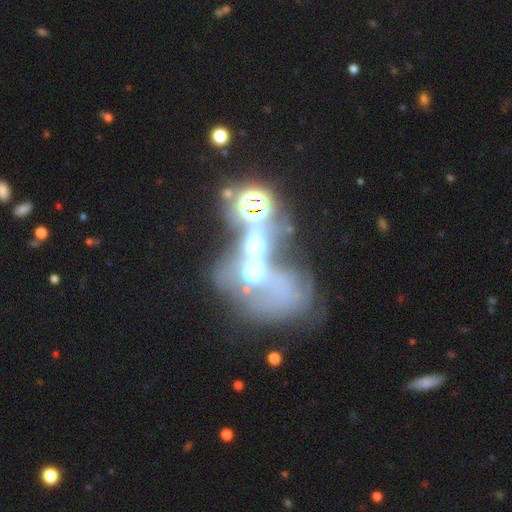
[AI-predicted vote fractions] The model was most divided on "smooth or featured": featured or disk: 47%, star or artifact: 31%, smooth: 22%. More confident: merging — merger (60%).